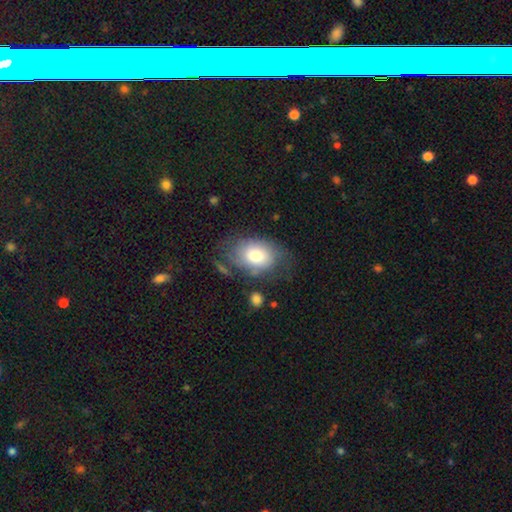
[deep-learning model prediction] smooth_or_featured: smooth (p=0.64) [alt: featured or disk p=0.29]
how_rounded: in between (p=0.80) [alt: round p=0.19]
merging: none (p=0.54) [alt: minor disturbance p=0.25]